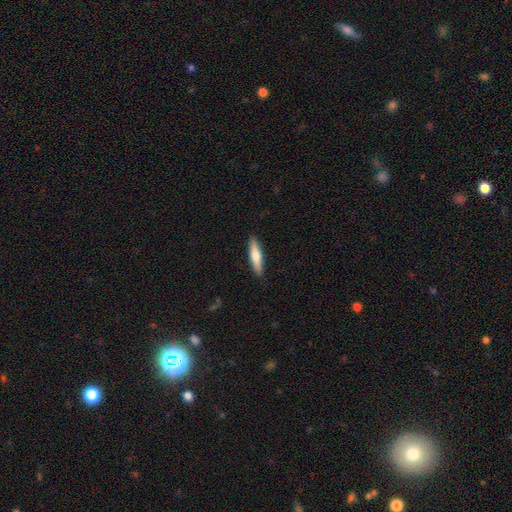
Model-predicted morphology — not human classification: A smooth galaxy with no disk features (62%) that is cigar-shaped (80%).

Vote fractions:
- Smooth or featured? smooth: 62% / featured or disk: 33% / star or artifact: 5%
- How rounded? cigar-shaped: 80% / in between: 18% / round: 2%
- Merging? none: 90% / minor disturbance: 7% / major disturbance: 2% / merger: 1%